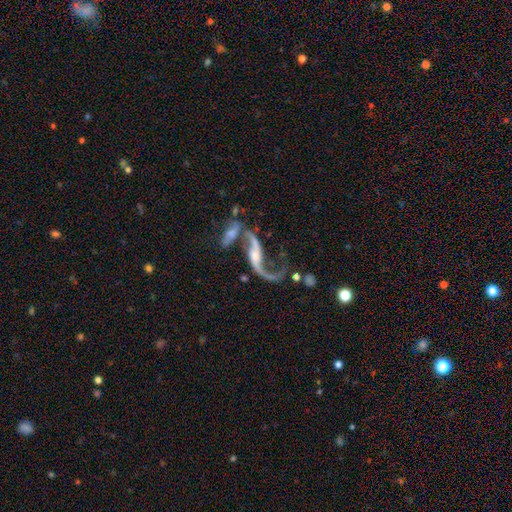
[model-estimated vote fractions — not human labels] The model was most divided on "merging": merger: 35%, none: 34%, major disturbance: 18%, minor disturbance: 13%. Remaining: spiral arms — yes (91%); spiral winding — loose (90%); edge-on disk — no (89%); smooth or featured — featured or disk (86%); spiral arm count — 2 (84%); bar — no (49%); bulge size — small (47%).